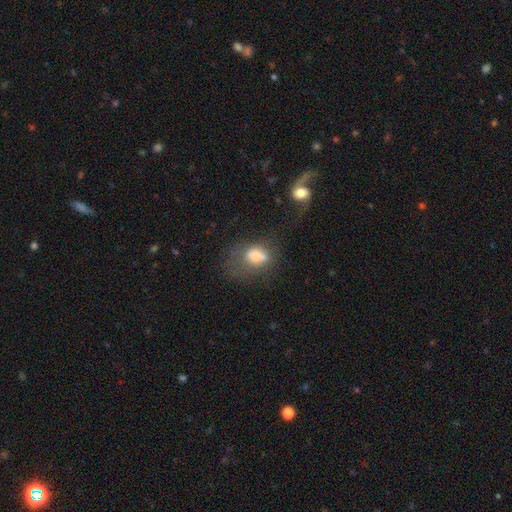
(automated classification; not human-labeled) This appears to be a smooth galaxy with no disk features (64%) that is in between round and cigar-shaped (71%). Merging: major disturbance (35%).